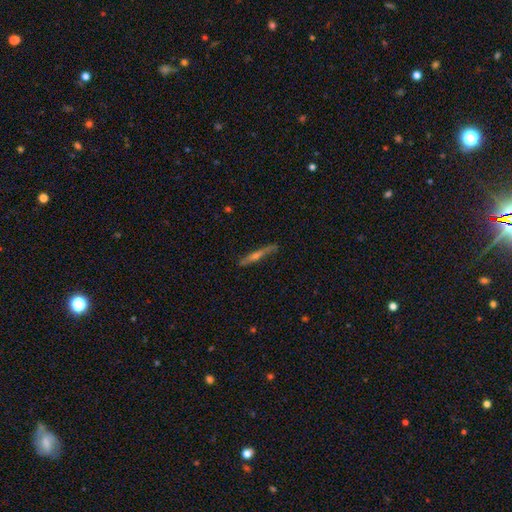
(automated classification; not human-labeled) smooth-or-featured: featured or disk: 65% | smooth: 28% | star or artifact: 7%
  disk-edge-on: yes: 95% | no: 5%
    edge-on-bulge: rounded: 77% | none: 18% | boxy: 5%
  merging: none: 84% | minor disturbance: 12% | major disturbance: 2% | merger: 2%